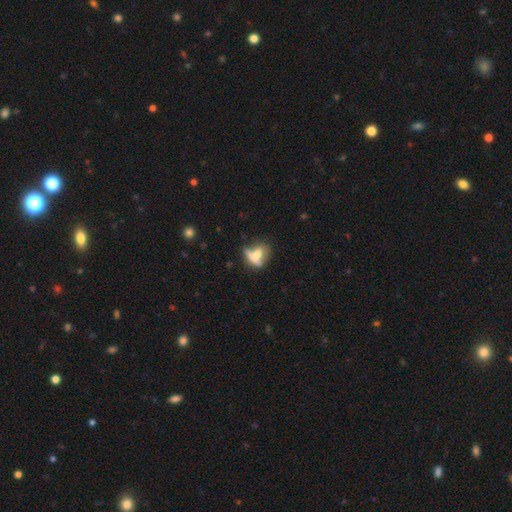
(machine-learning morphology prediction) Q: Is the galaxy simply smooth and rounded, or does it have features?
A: smooth — 54%.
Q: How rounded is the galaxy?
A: in between — 50%.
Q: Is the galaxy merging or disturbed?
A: none — 36%.